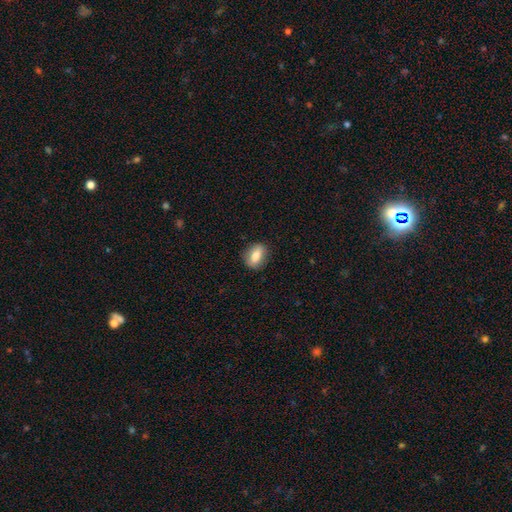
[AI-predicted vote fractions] Morphology: type=smooth (75%); roundness=in between (72%); merging=none (85%).